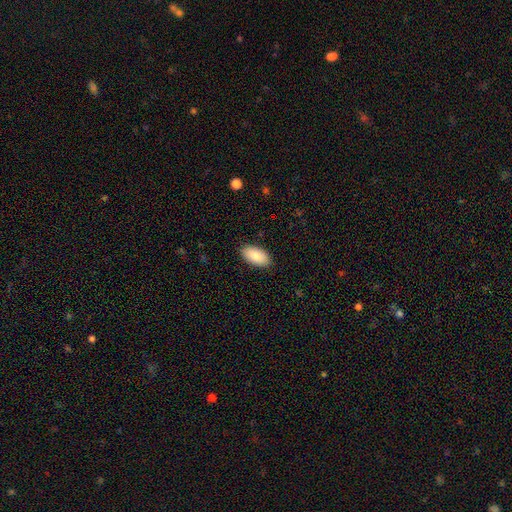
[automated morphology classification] smooth_or_featured: smooth (p=0.86) [alt: featured or disk p=0.08]
how_rounded: in between (p=0.95) [alt: cigar-shaped p=0.02]
merging: none (p=0.88) [alt: minor disturbance p=0.09]